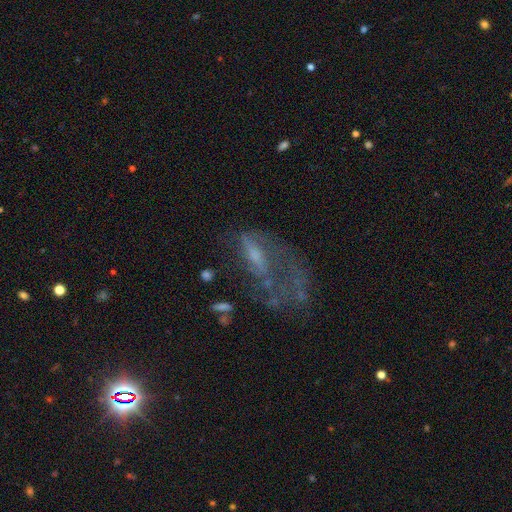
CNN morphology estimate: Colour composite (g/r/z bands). It shows a featured or disk galaxy (60%) with no bar (57%), no spiral arms (60%) and a small central bulge (43%). Merging: major disturbance (54%).